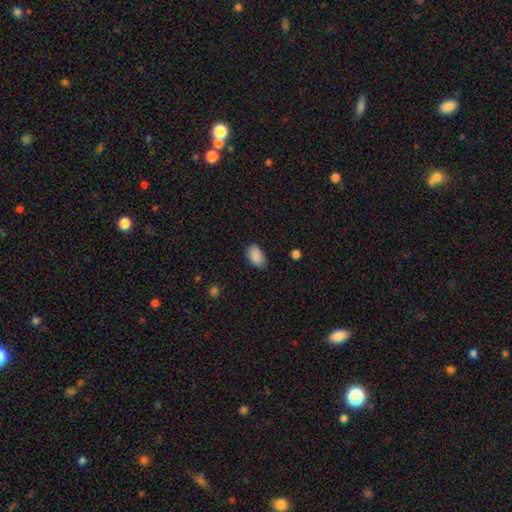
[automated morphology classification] smooth_or_featured: smooth (p=0.89) [alt: star or artifact p=0.08]
how_rounded: in between (p=0.91) [alt: round p=0.07]
merging: none (p=0.80) [alt: minor disturbance p=0.16]